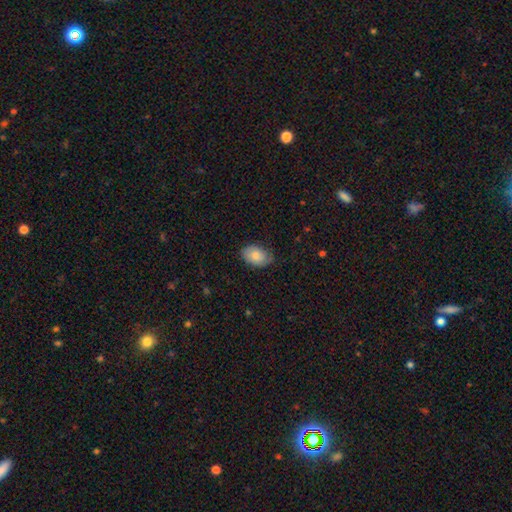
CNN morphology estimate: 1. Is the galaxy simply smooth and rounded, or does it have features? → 73% smooth, 20% featured or disk, 7% star or artifact.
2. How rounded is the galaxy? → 85% in between, 14% round, 1% cigar-shaped.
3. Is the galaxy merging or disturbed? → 69% none, 24% minor disturbance, 6% major disturbance, 1% merger.